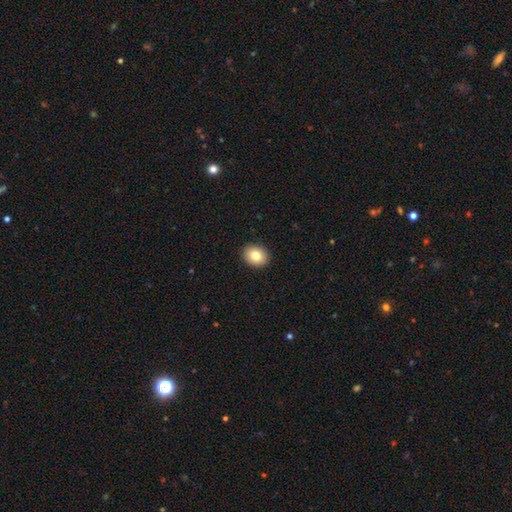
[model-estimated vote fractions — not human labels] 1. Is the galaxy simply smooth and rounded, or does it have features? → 81% smooth, 10% featured or disk, 9% star or artifact.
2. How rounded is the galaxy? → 57% round, 42% in between, 1% cigar-shaped.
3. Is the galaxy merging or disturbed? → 91% none, 6% minor disturbance, 2% major disturbance, 1% merger.